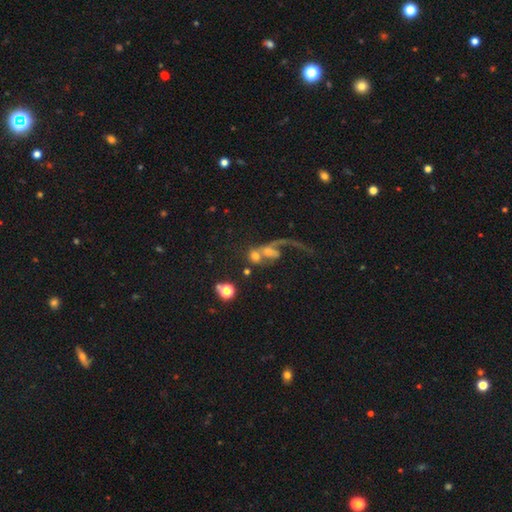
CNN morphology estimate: smooth-or-featured: featured or disk: 53% | smooth: 26% | star or artifact: 21%
  disk-edge-on: no: 90% | yes: 10%
  merging: merger: 41% | major disturbance: 27% | none: 23% | minor disturbance: 9%